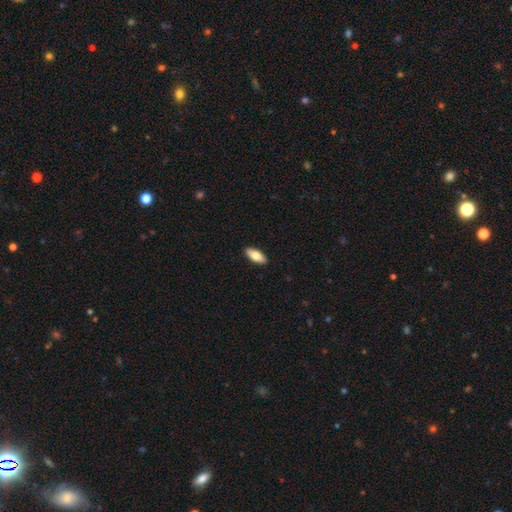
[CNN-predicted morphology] Q: Smooth or featured?
A: smooth (70%); runner-up: featured or disk (25%)
Q: How rounded?
A: in between (77%); runner-up: cigar-shaped (20%)
Q: Merging?
A: none (91%); runner-up: minor disturbance (7%)